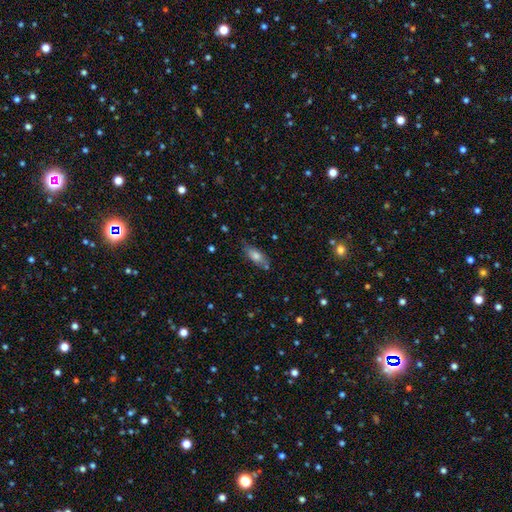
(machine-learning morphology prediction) smooth-or-featured: smooth: 73% | featured or disk: 19% | star or artifact: 8%
  how-rounded: in between: 80% | cigar-shaped: 18% | round: 3%
  merging: none: 71% | minor disturbance: 21% | merger: 5% | major disturbance: 4%